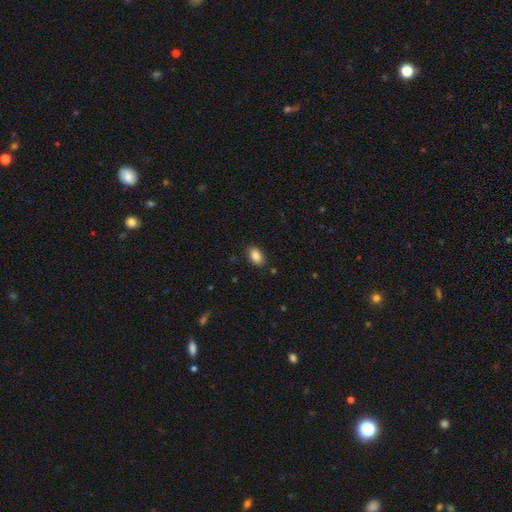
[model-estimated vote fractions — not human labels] This is clearly a smooth galaxy (87%). How rounded: clearly in between (90%). Merging: clearly none (87%).